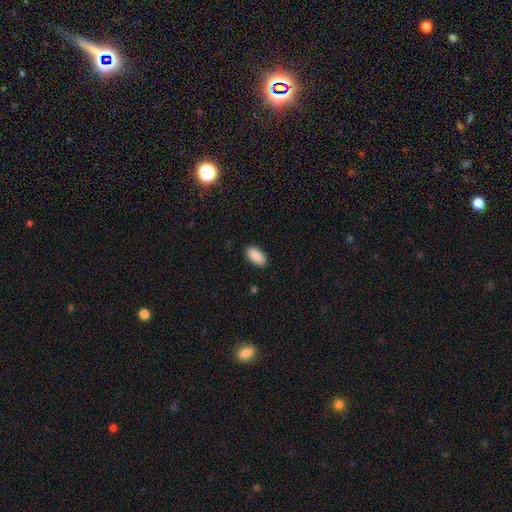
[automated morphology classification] smooth_or_featured: smooth (p=0.90) [alt: star or artifact p=0.07]
how_rounded: in between (p=0.94) [alt: cigar-shaped p=0.04]
merging: none (p=0.89) [alt: minor disturbance p=0.08]